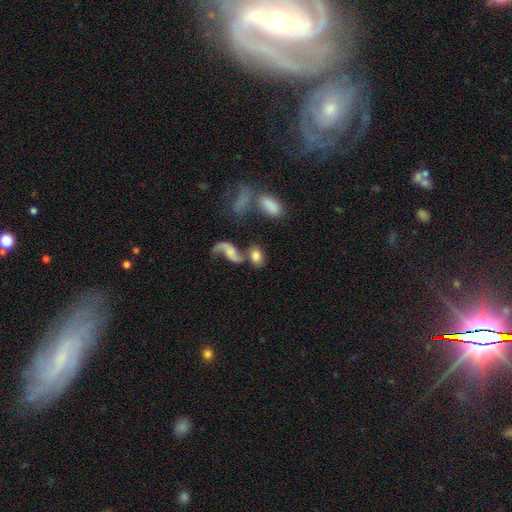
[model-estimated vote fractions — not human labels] smooth_or_featured: smooth (p=0.61) [alt: featured or disk p=0.30]
how_rounded: in between (p=0.79) [alt: round p=0.16]
merging: none (p=0.40) [alt: merger p=0.36]